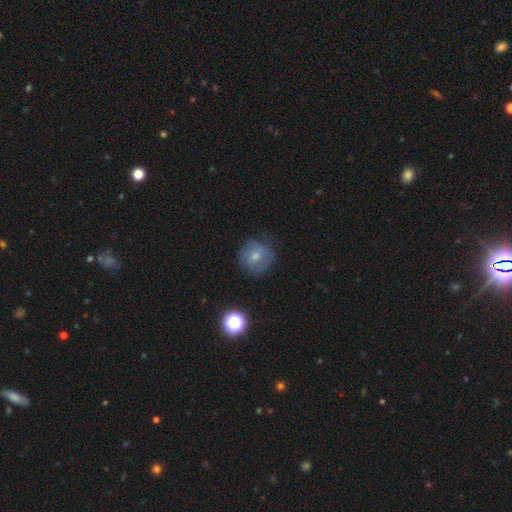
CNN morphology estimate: This appears to be a smooth galaxy with no disk features (60%) that is round (85%). Merging: none (71%).